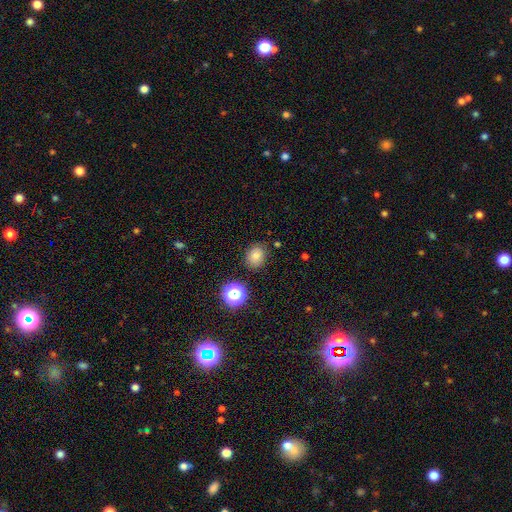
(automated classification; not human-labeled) Smooth or featured? Predicted: smooth (p=0.71). How rounded? Predicted: round (p=0.62). Merging? Predicted: none (p=0.85).